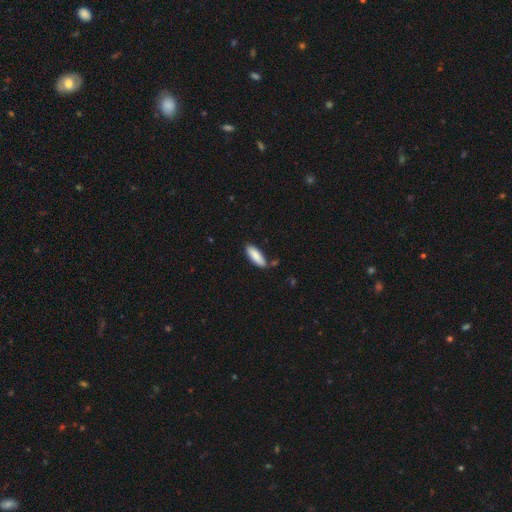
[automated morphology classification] This appears to be a smooth galaxy with no disk features (87%) that is in between round and cigar-shaped (60%). Merging: none (75%).